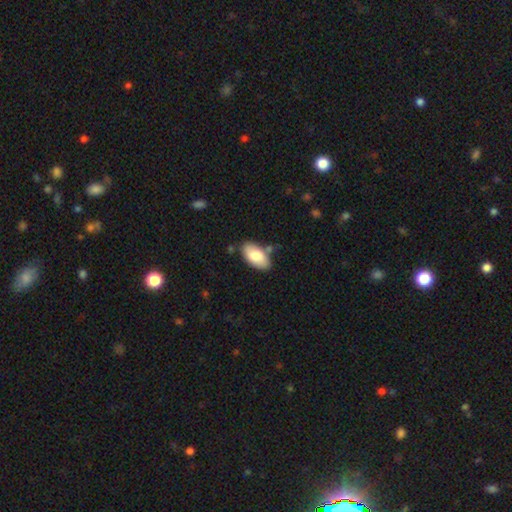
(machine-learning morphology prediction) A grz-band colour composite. It shows a smooth galaxy with no disk features (79%) that is in between round and cigar-shaped (95%). Merging: none (76%).